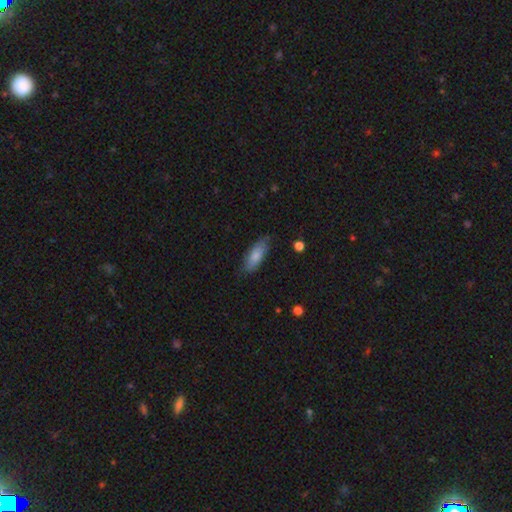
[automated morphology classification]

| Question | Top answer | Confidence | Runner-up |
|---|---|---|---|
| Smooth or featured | smooth | 79% | featured or disk (16%) |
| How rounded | in between | 69% | cigar-shaped (29%) |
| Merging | none | 77% | minor disturbance (18%) |